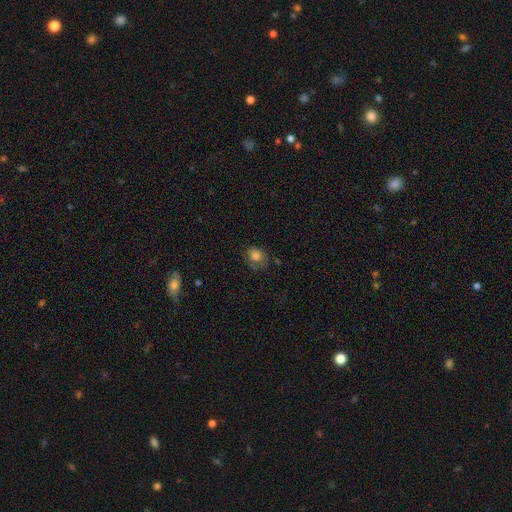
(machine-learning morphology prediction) smooth 77%, featured or disk 11%, star or artifact 11%. Down the decision tree: how rounded — round (50%); merging — none (60%).